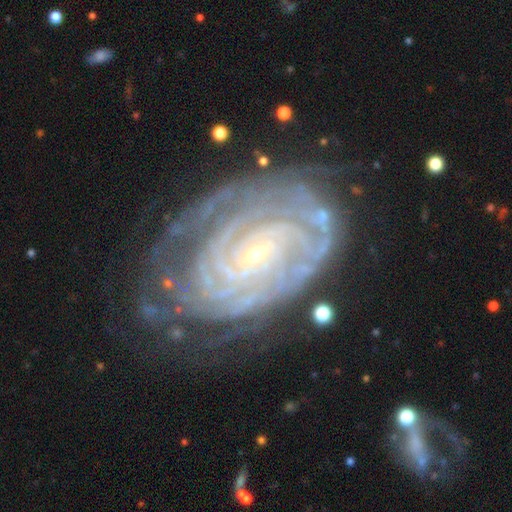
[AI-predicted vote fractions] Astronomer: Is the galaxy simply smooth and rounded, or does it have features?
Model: featured or disk — 89%.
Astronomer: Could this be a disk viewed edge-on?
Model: no — 97%.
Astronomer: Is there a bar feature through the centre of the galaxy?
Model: no — 61%.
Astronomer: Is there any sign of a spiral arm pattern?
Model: yes — 97%.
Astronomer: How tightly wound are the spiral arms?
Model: tight — 83%.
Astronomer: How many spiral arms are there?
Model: can't tell — 28% (runner-up: 2, 20%).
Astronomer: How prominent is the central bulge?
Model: small — 86%.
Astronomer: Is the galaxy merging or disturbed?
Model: none — 65%.